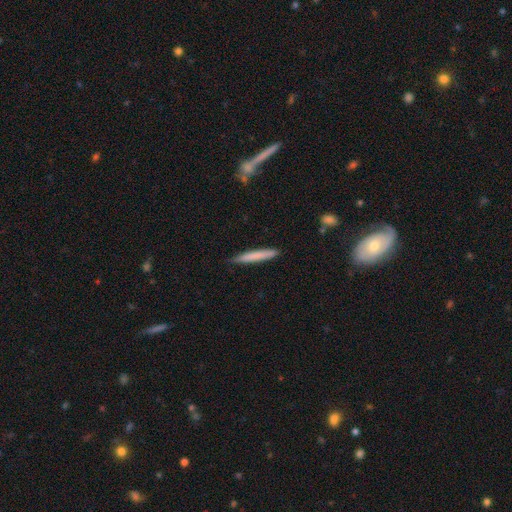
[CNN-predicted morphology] Smooth or featured? smooth (75%)
How rounded? cigar-shaped (96%)
Merging? none (86%)